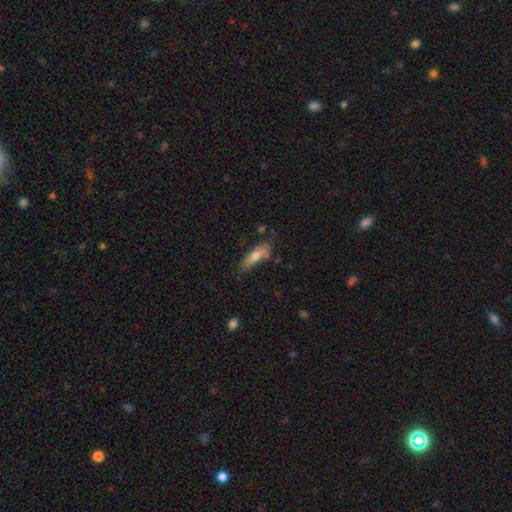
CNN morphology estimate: smooth 68%, featured or disk 25%, star or artifact 7%. Down the decision tree: how rounded — cigar-shaped (54%); merging — none (65%).